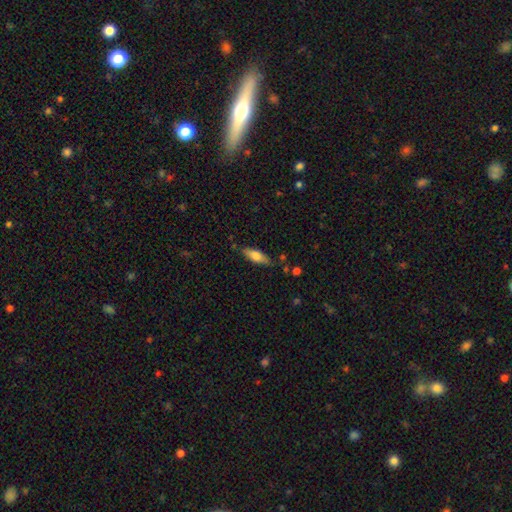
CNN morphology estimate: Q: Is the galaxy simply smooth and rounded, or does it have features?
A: smooth — 68%.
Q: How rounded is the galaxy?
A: in between — 55%.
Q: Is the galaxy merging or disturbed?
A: none — 78%.